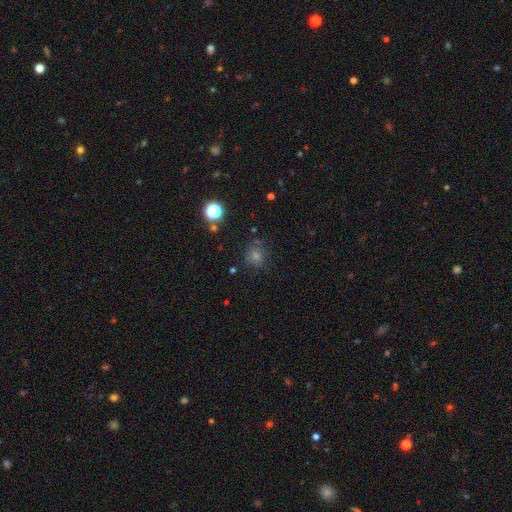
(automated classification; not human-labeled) This is possibly a smooth galaxy (56%). How rounded: clearly round (90%). Merging: clearly none (82%).